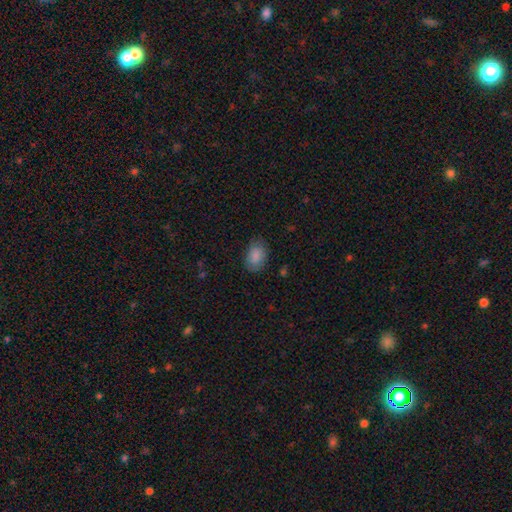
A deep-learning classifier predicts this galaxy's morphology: A smooth galaxy with no disk features (88%) that is in between round and cigar-shaped (85%).

Vote fractions:
- Smooth or featured? smooth: 88% / star or artifact: 7% / featured or disk: 5%
- How rounded? in between: 85% / round: 14% / cigar-shaped: 1%
- Merging? none: 78% / minor disturbance: 17% / major disturbance: 4% / merger: 1%